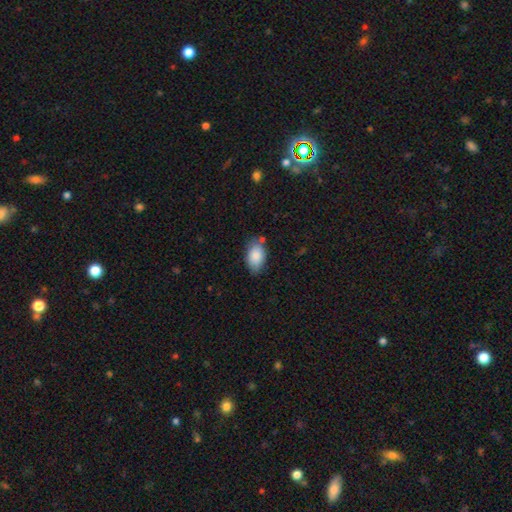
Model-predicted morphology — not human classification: Smooth or featured? smooth (86%)
How rounded? in between (91%)
Merging? none (68%)